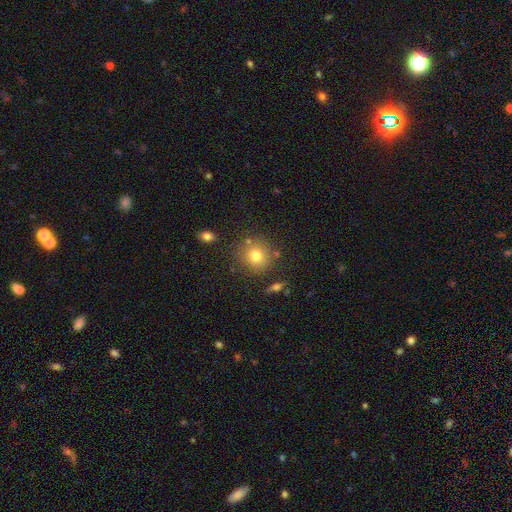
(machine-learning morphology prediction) A smooth galaxy with no disk features (77%) that is round (89%). Merging: none (81%).